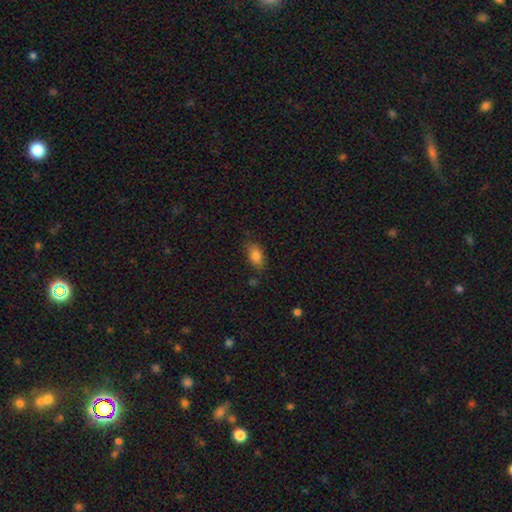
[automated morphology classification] A smooth galaxy with no disk features (83%) that is in between round and cigar-shaped (90%).

Vote fractions:
- Smooth or featured? smooth: 83% / star or artifact: 9% / featured or disk: 8%
- How rounded? in between: 90% / round: 6% / cigar-shaped: 4%
- Merging? none: 77% / minor disturbance: 17% / major disturbance: 4% / merger: 2%